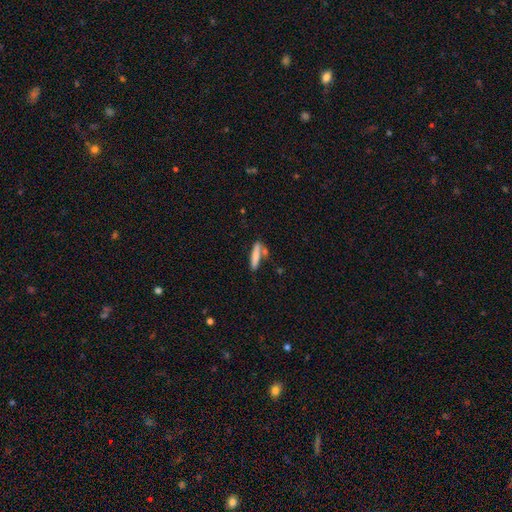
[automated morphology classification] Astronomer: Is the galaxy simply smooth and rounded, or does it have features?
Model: smooth — 73%.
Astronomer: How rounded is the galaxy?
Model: cigar-shaped — 84%.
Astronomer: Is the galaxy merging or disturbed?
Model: none — 64%.